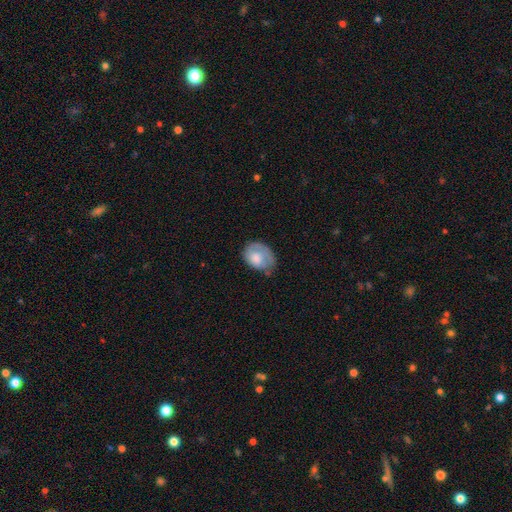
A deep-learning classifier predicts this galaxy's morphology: smooth_or_featured: smooth (p=0.62) [alt: featured or disk p=0.31]
how_rounded: in between (p=0.66) [alt: round p=0.33]
merging: none (p=0.46) [alt: minor disturbance p=0.34]